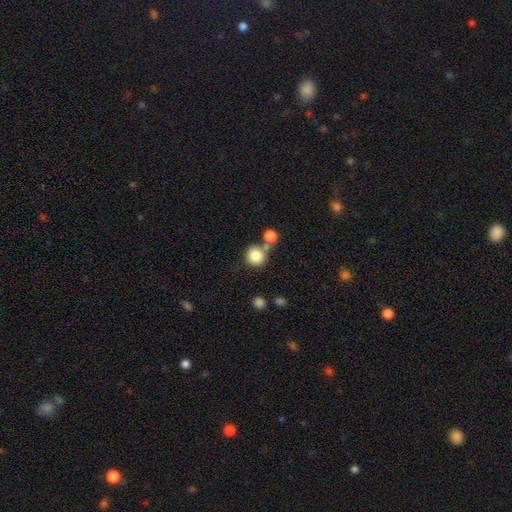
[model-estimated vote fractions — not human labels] smooth 84%, star or artifact 9%, featured or disk 7%. Down the decision tree: how rounded — round (89%); merging — none (58%).